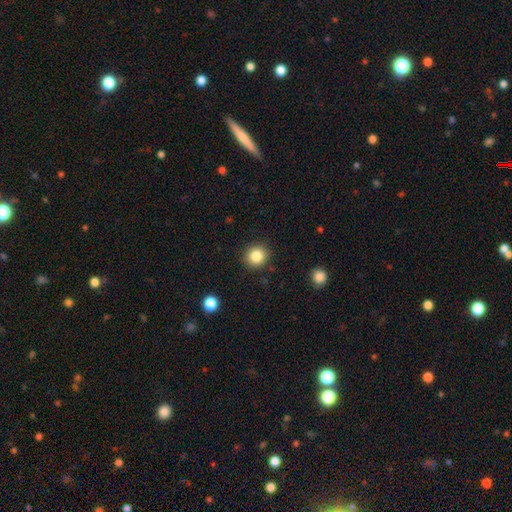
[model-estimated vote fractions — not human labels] Q: Smooth or featured?
A: smooth (84%); runner-up: star or artifact (10%)
Q: How rounded?
A: round (90%); runner-up: in between (10%)
Q: Merging?
A: none (91%); runner-up: minor disturbance (6%)